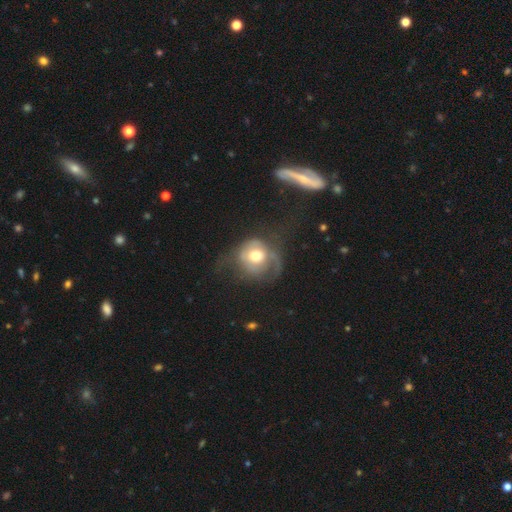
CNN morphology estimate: A smooth galaxy with no disk features (48%).

Vote fractions:
- Smooth or featured? smooth: 48% / featured or disk: 43% / star or artifact: 9%
- Merging? major disturbance: 45% / none: 30% / minor disturbance: 22% / merger: 3%